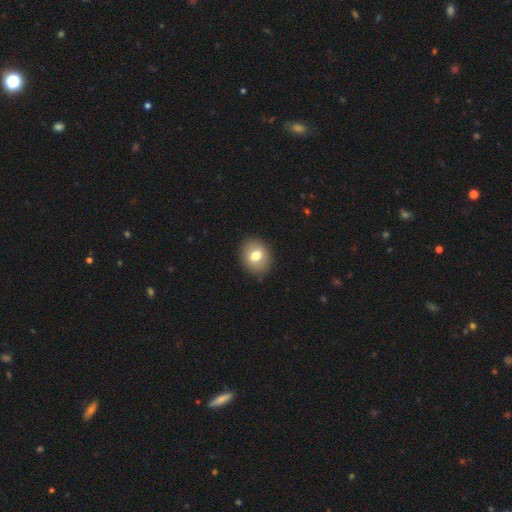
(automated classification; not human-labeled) This appears to be a smooth galaxy with no disk features (72%) that is round (62%). Merging: none (89%).